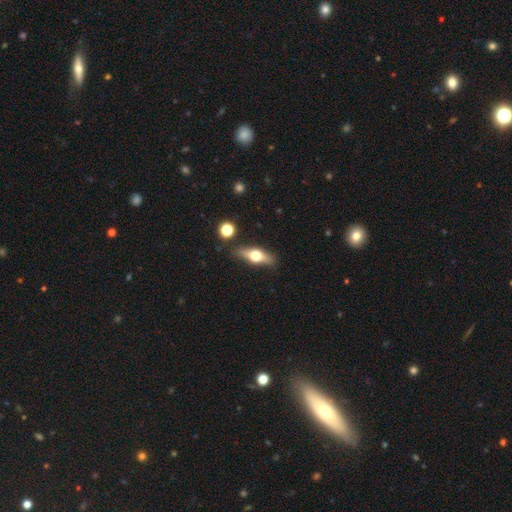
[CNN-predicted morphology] A featured or disk galaxy (54%) viewed edge-on (90%). Merging: none (85%).